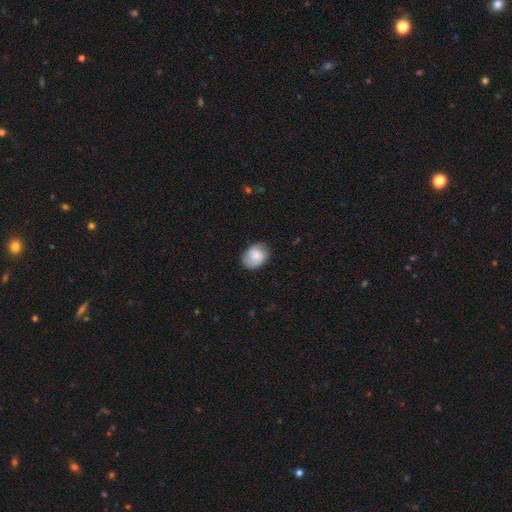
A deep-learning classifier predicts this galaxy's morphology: Q: Smooth or featured?
A: smooth (73%); runner-up: featured or disk (20%)
Q: How rounded?
A: in between (60%); runner-up: round (39%)
Q: Merging?
A: none (78%); runner-up: minor disturbance (17%)